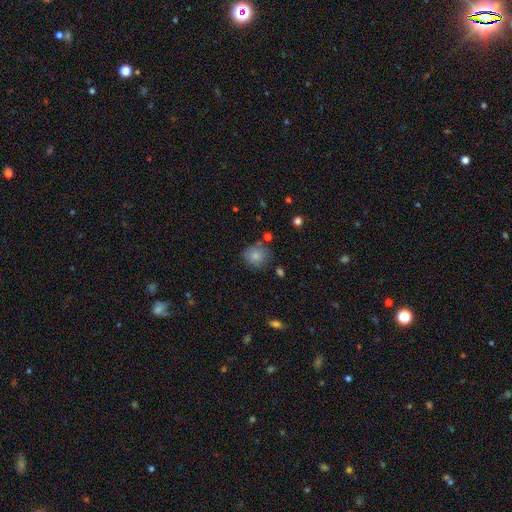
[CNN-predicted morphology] This appears to be a smooth galaxy with no disk features (80%) that is round (84%). Merging: none (72%).